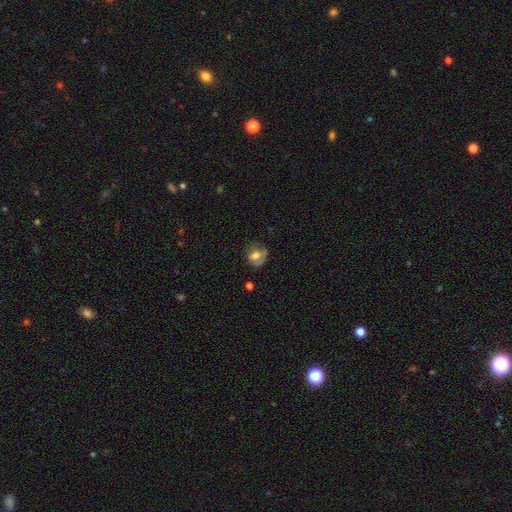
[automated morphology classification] This is possibly a smooth galaxy (58%). How rounded: likely round (61%). Merging: possibly none (46%).